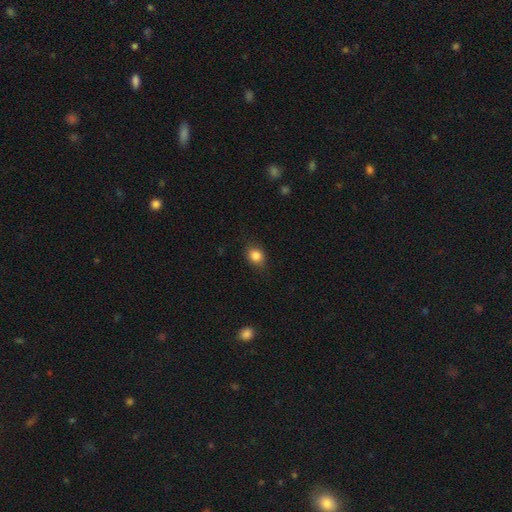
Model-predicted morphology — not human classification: smooth-or-featured: smooth: 84% | star or artifact: 10% | featured or disk: 6%
  how-rounded: round: 52% | in between: 47% | cigar-shaped: 1%
  merging: none: 82% | minor disturbance: 14% | major disturbance: 3% | merger: 1%